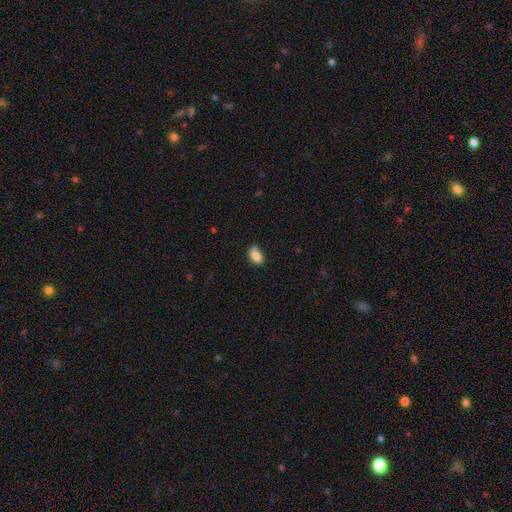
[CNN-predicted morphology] A smooth galaxy with no disk features (86%) that is in between round and cigar-shaped (89%).

Vote fractions:
- Smooth or featured? smooth: 86% / star or artifact: 8% / featured or disk: 6%
- How rounded? in between: 89% / round: 9% / cigar-shaped: 2%
- Merging? none: 64% / minor disturbance: 29% / major disturbance: 5% / merger: 3%